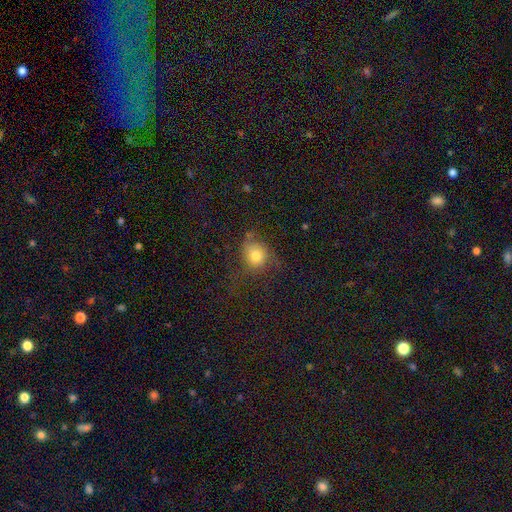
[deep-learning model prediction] A smooth galaxy with no disk features (74%) that is round (77%).

Vote fractions:
- Smooth or featured? smooth: 74% / star or artifact: 13% / featured or disk: 13%
- How rounded? round: 77% / in between: 22% / cigar-shaped: 1%
- Merging? none: 56% / minor disturbance: 22% / major disturbance: 19% / merger: 3%